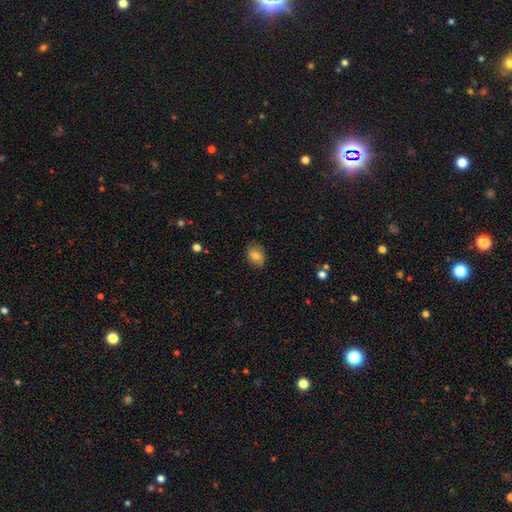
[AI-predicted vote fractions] smooth 76%, featured or disk 15%, star or artifact 9%. Down the decision tree: how rounded — in between (76%); merging — none (82%).